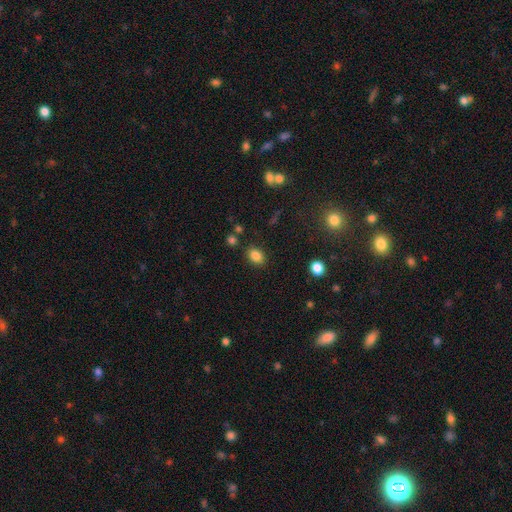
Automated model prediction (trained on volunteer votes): Morphology: type=smooth (84%); roundness=in between (70%); merging=none (84%).